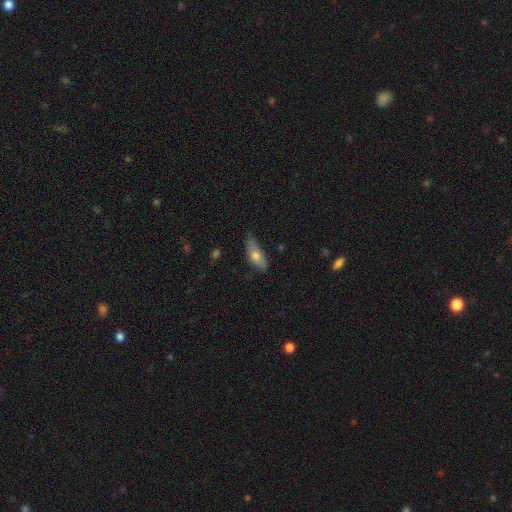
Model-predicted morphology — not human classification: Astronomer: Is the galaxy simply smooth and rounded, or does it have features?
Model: smooth — 68%.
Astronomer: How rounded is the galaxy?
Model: in between — 72%.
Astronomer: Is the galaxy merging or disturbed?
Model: none — 54% (runner-up: minor disturbance, 36%).